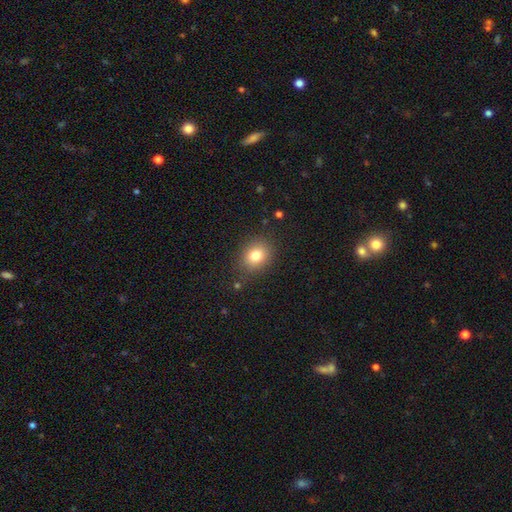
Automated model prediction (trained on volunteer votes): A smooth galaxy with no disk features (80%) that is round (60%). Merging: none (84%).